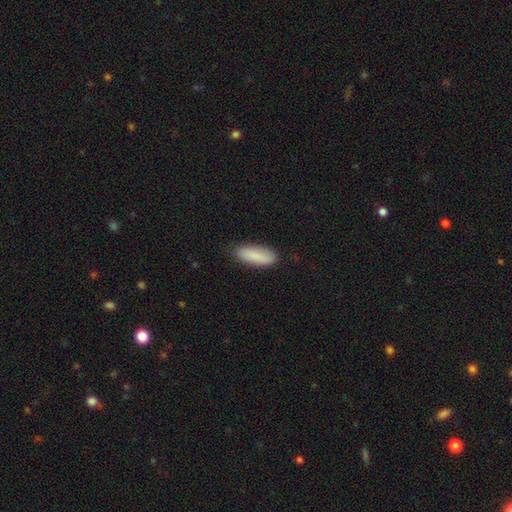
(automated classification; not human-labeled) Smooth or featured? Predicted: smooth (p=0.88). How rounded? Predicted: in between (p=0.61). Merging? Predicted: none (p=0.83).